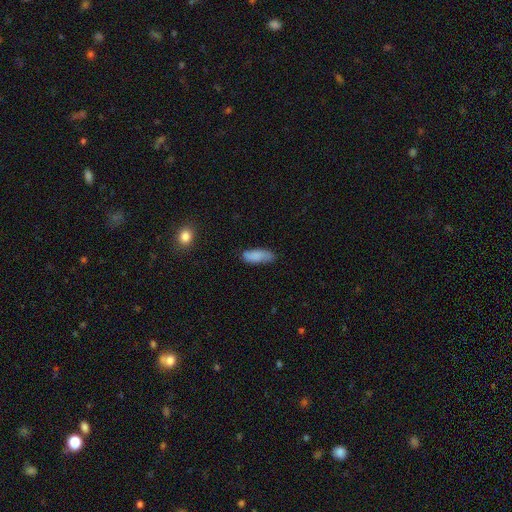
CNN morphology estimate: The model was most divided on "how rounded": in between: 69%, cigar-shaped: 29%, round: 2%. More confident: smooth or featured — smooth (84%); merging — none (69%).